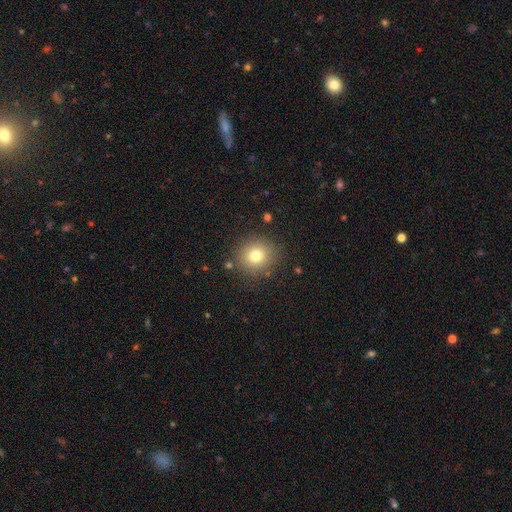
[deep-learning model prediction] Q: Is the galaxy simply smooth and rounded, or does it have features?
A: smooth — 77%.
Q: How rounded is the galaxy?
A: round — 86%.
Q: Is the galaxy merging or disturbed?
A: none — 85%.